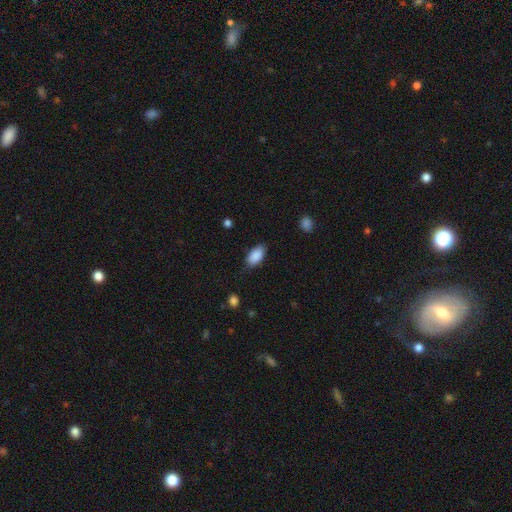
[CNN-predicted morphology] Smooth or featured? Predicted: smooth (p=0.88). How rounded? Predicted: in between (p=0.93). Merging? Predicted: none (p=0.76).